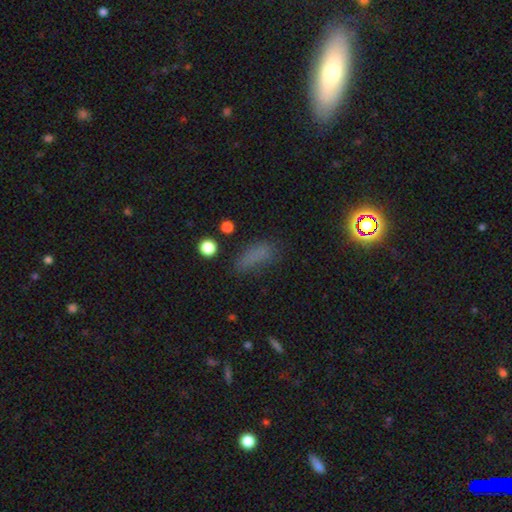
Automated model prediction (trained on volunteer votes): This is likely a smooth galaxy (68%). How rounded: possibly in between (58%). Merging: likely none (61%).